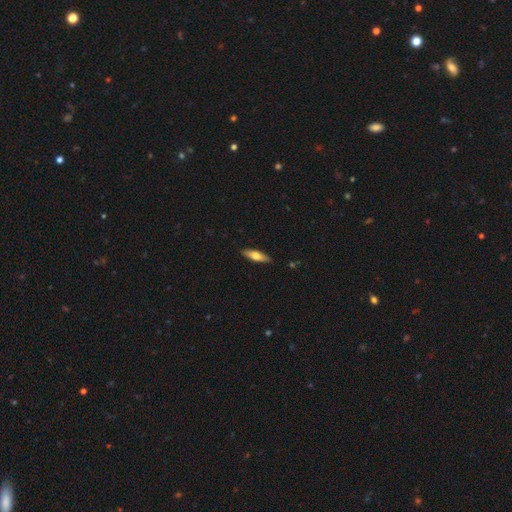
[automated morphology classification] Q: Smooth or featured?
A: smooth (57%); runner-up: featured or disk (37%)
Q: How rounded?
A: cigar-shaped (55%); runner-up: in between (42%)
Q: Merging?
A: none (88%); runner-up: minor disturbance (9%)